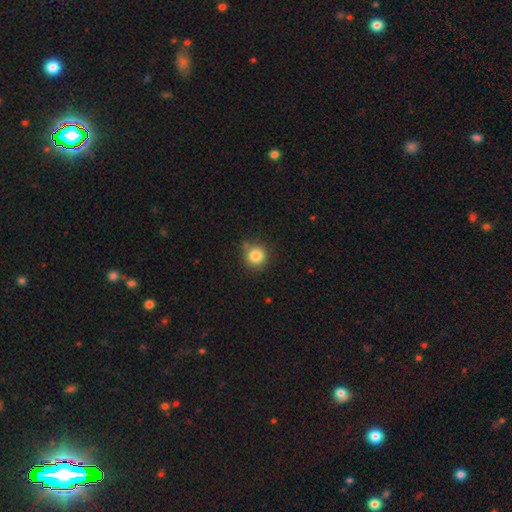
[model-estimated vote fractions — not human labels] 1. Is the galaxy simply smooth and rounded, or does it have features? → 84% smooth, 11% star or artifact, 6% featured or disk.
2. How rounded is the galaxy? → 92% round, 7% in between, 1% cigar-shaped.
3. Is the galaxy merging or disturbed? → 80% none, 13% minor disturbance, 4% merger, 3% major disturbance.